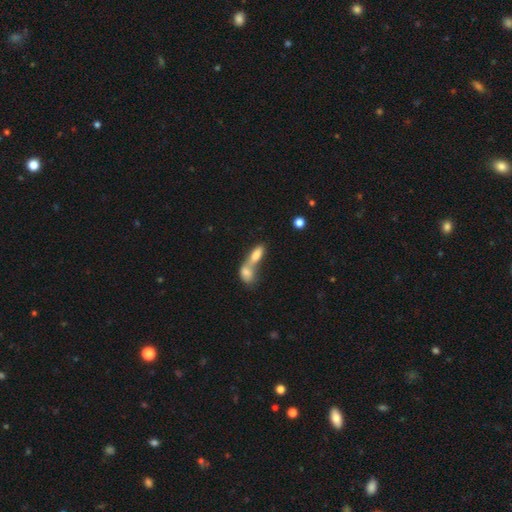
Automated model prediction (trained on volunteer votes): A smooth galaxy with no disk features (76%) that is in between round and cigar-shaped (75%). Merging: merger (73%).